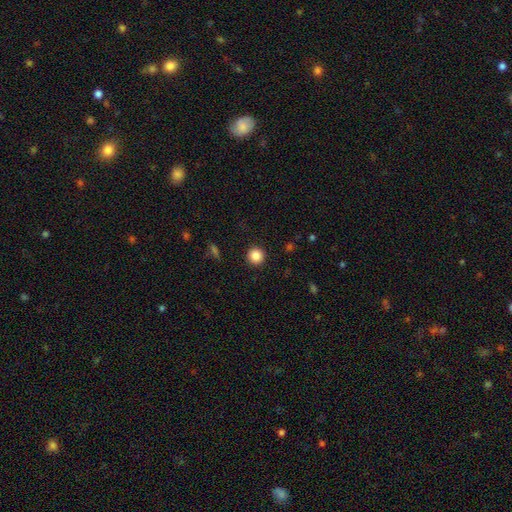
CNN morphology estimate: This appears to be a smooth galaxy with no disk features (86%) that is round (95%). Merging: none (93%).